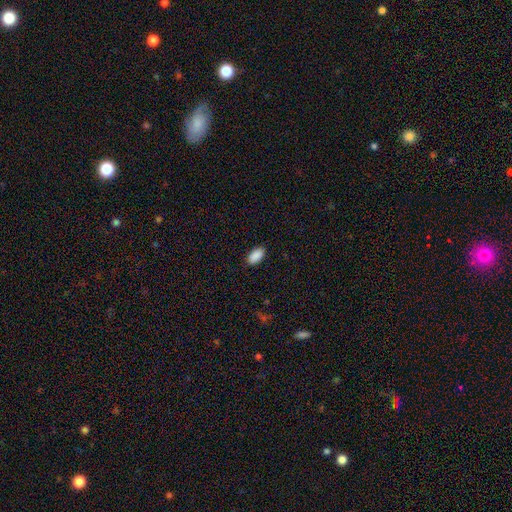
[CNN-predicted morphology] smooth 90%, star or artifact 7%, featured or disk 3%. Down the decision tree: how rounded — in between (94%); merging — none (88%).